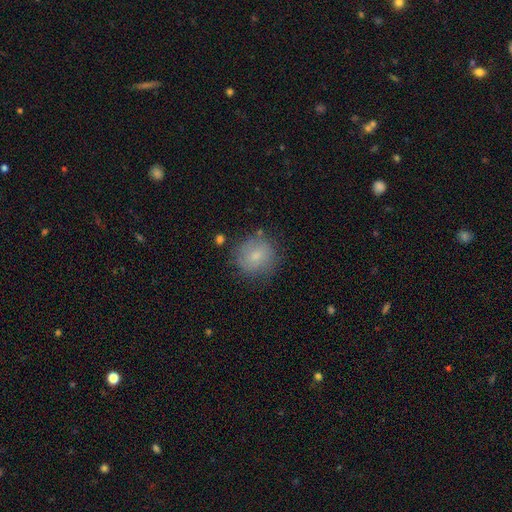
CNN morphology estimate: The model was most divided on "smooth or featured": smooth: 70%, featured or disk: 21%, star or artifact: 9%. More confident: how rounded — round (87%); merging — none (73%).